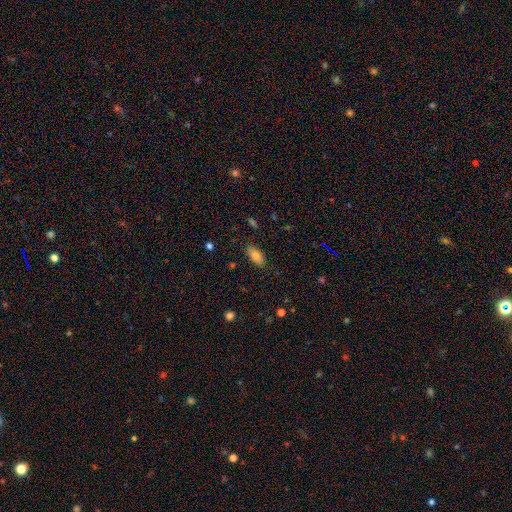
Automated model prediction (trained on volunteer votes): Q: Smooth or featured?
A: smooth (81%); runner-up: featured or disk (11%)
Q: How rounded?
A: in between (89%); runner-up: cigar-shaped (8%)
Q: Merging?
A: none (85%); runner-up: minor disturbance (11%)